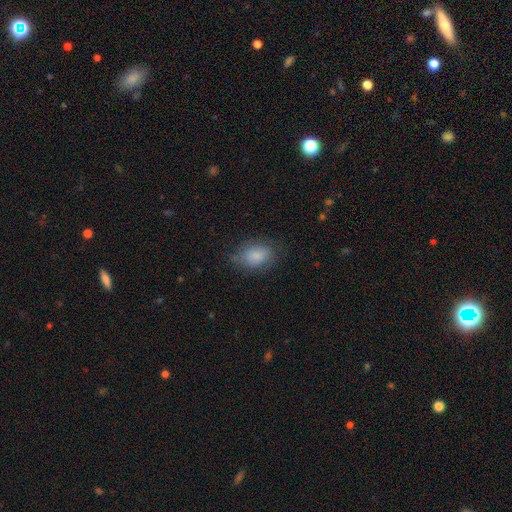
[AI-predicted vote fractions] A smooth galaxy with no disk features (82%) that is in between round and cigar-shaped (76%).

Vote fractions:
- Smooth or featured? smooth: 82% / featured or disk: 11% / star or artifact: 8%
- How rounded? in between: 76% / round: 22% / cigar-shaped: 1%
- Merging? none: 69% / minor disturbance: 22% / major disturbance: 7% / merger: 1%